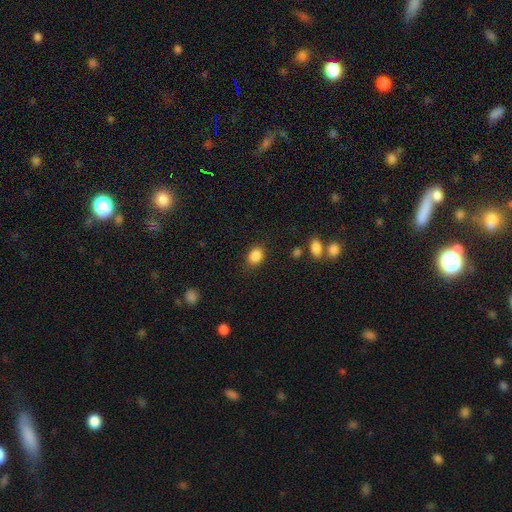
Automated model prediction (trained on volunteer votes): Smooth or featured? smooth (86%)
How rounded? round (50%)
Merging? none (82%)